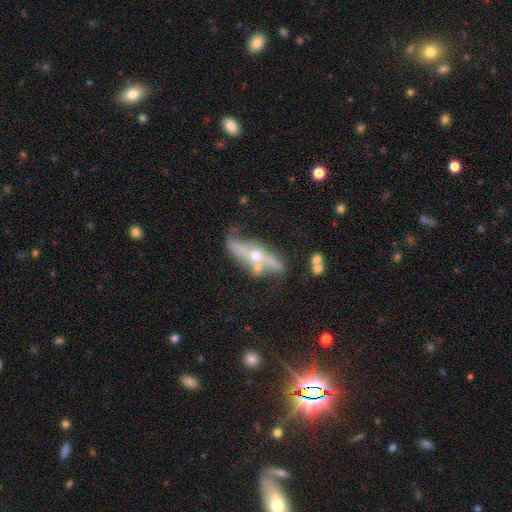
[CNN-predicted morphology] featured or disk 77%, smooth 16%, star or artifact 7%. Down the decision tree: edge-on disk — no (63%); merging — none (48%).